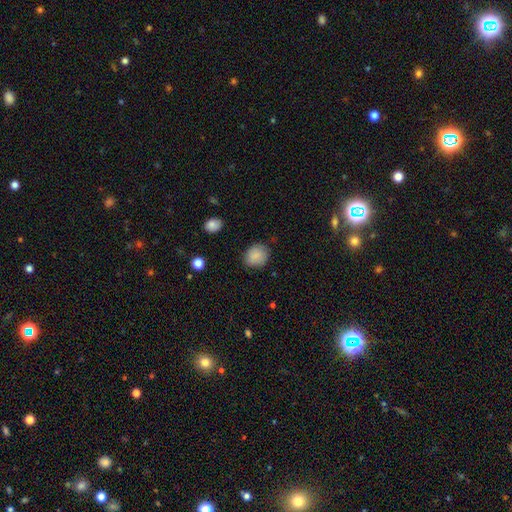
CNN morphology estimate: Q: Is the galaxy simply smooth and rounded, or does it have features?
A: smooth — 86%.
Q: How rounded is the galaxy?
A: round — 65%.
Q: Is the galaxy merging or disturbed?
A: none — 79%.